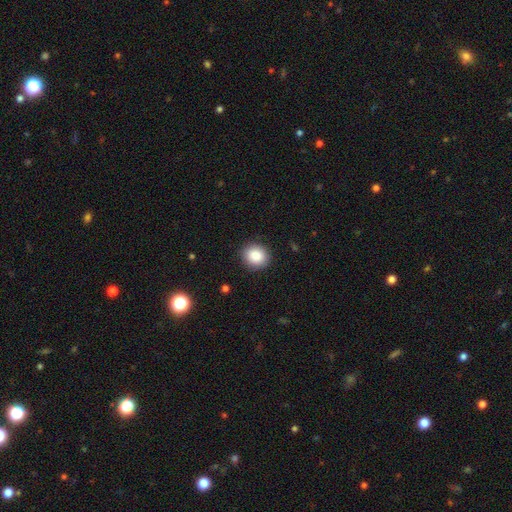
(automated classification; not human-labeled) smooth_or_featured: smooth (p=0.88) [alt: star or artifact p=0.08]
how_rounded: round (p=0.76) [alt: in between p=0.23]
merging: none (p=0.88) [alt: minor disturbance p=0.08]